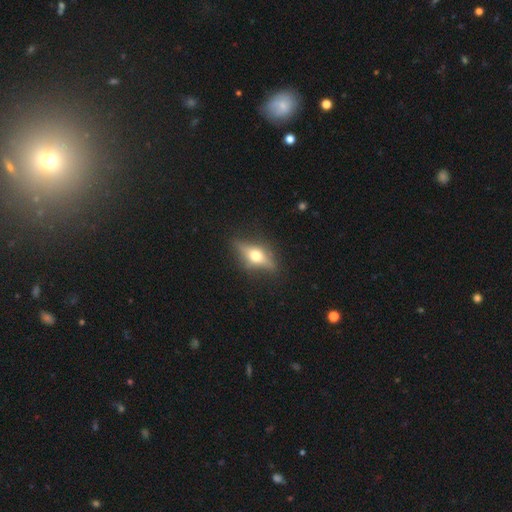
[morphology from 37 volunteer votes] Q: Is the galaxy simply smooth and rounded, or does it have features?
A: featured or disk — 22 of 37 (59%).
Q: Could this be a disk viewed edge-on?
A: yes — 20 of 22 (91%).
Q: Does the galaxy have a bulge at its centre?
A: rounded — 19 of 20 (95%).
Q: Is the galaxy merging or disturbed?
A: none — 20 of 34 (59%).